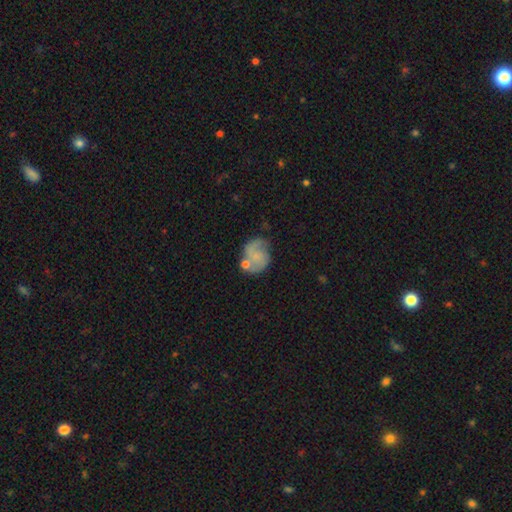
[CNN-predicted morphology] Smooth or featured: featured or disk — 52% (smooth — 40%)
Edge-on disk: no — 98% (yes — 2%)
Bar: no — 71% (weak — 24%)
Spiral arms: yes — 79% (no — 21%)
Bulge size: small — 44% (none — 40%)
Merging: none — 47% (minor disturbance — 25%)